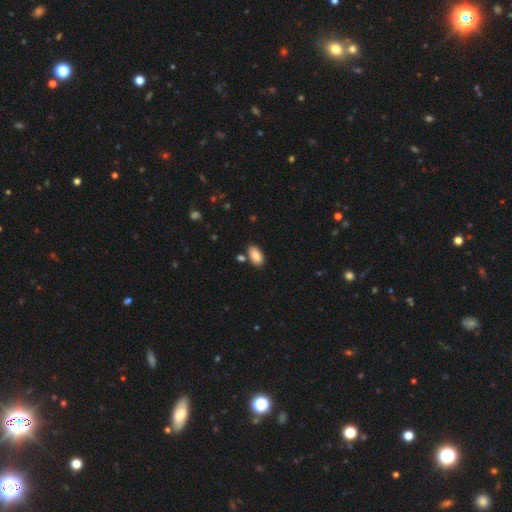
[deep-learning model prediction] smooth 88%, star or artifact 7%, featured or disk 5%. Down the decision tree: how rounded — in between (93%); merging — none (79%).